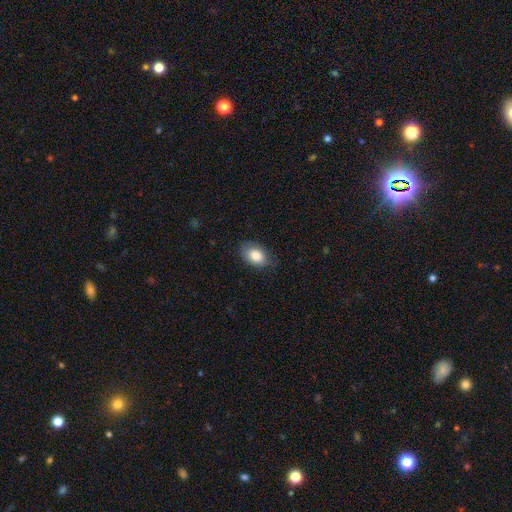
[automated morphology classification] Q: Smooth or featured?
A: smooth (83%); runner-up: featured or disk (10%)
Q: How rounded?
A: in between (86%); runner-up: round (13%)
Q: Merging?
A: none (80%); runner-up: minor disturbance (16%)